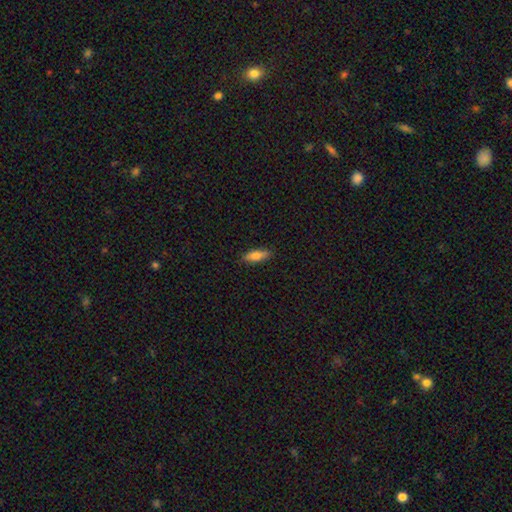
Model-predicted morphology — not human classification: Q: Smooth or featured?
A: smooth (76%); runner-up: featured or disk (17%)
Q: How rounded?
A: in between (58%); runner-up: cigar-shaped (39%)
Q: Merging?
A: none (87%); runner-up: minor disturbance (10%)